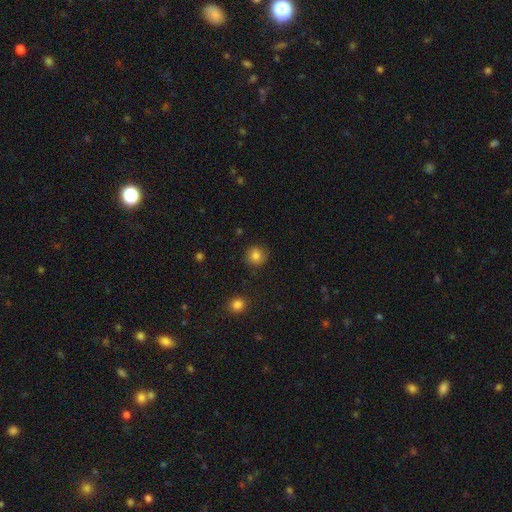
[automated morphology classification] Smooth or featured?
  - smooth: 83% *
  - star or artifact: 11%
  - featured or disk: 6%
How rounded?
  - round: 91% *
  - in between: 8%
  - cigar-shaped: 1%
Merging?
  - none: 89% *
  - minor disturbance: 8%
  - major disturbance: 2%
  - merger: 1%